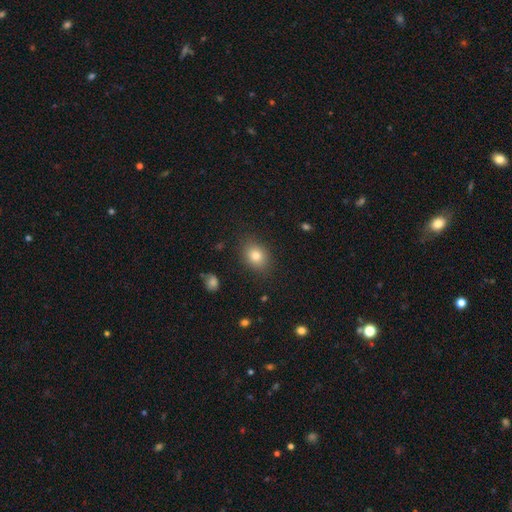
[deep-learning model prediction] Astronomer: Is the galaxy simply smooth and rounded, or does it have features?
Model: smooth — 80%.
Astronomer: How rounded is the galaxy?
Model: in between — 59% (runner-up: round, 40%).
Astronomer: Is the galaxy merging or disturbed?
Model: none — 84%.